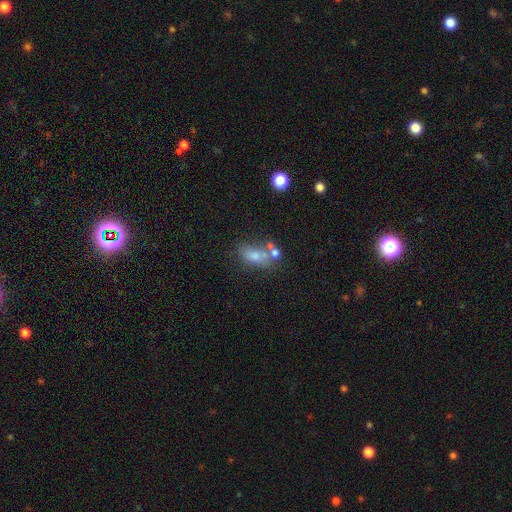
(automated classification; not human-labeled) This is likely a smooth galaxy (64%). How rounded: clearly in between (81%). Merging: marginally none (37%).